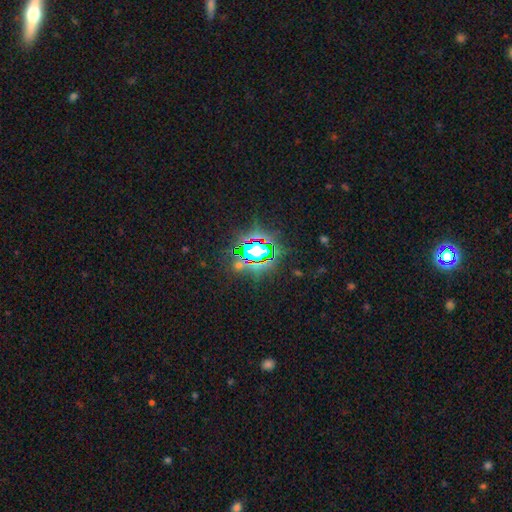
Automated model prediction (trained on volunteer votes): Smooth or featured: star or artifact — 83% (smooth — 10%)